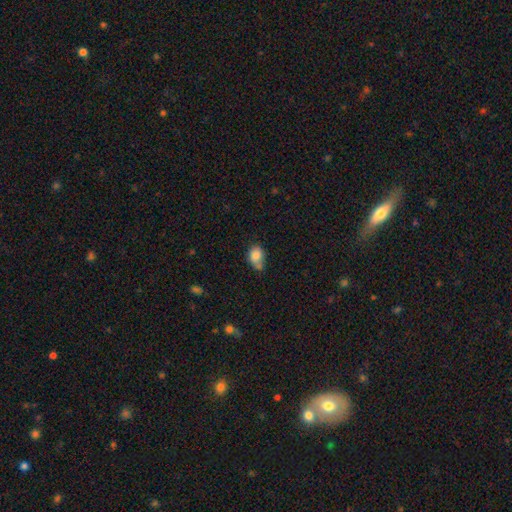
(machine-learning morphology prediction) type=smooth (80%); roundness=in between (62%); merging=none (37%).